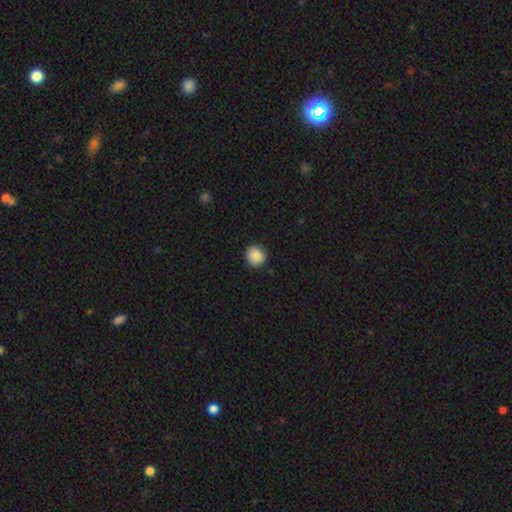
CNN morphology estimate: Smooth or featured: smooth — 89% (star or artifact — 8%)
How rounded: round — 90% (in between — 9%)
Merging: none — 89% (minor disturbance — 8%)